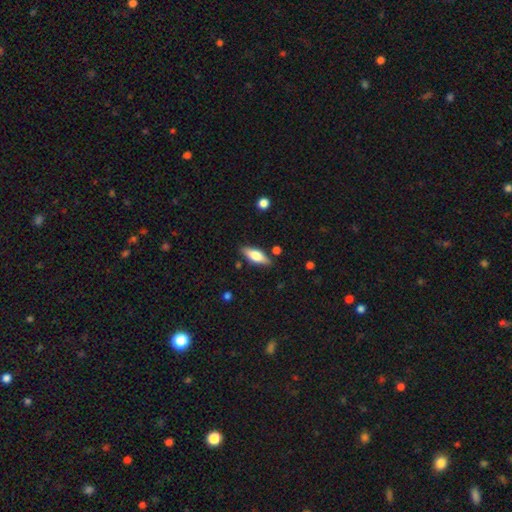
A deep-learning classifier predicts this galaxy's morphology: smooth 59%, featured or disk 35%, star or artifact 6%. Down the decision tree: how rounded — in between (63%); merging — none (83%).